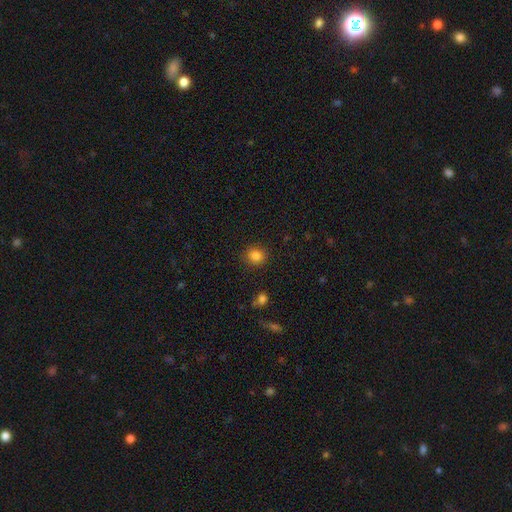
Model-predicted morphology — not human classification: smooth-or-featured: smooth: 84% | star or artifact: 12% | featured or disk: 4%
  how-rounded: round: 79% | in between: 20% | cigar-shaped: 1%
  merging: none: 87% | minor disturbance: 9% | major disturbance: 3% | merger: 2%